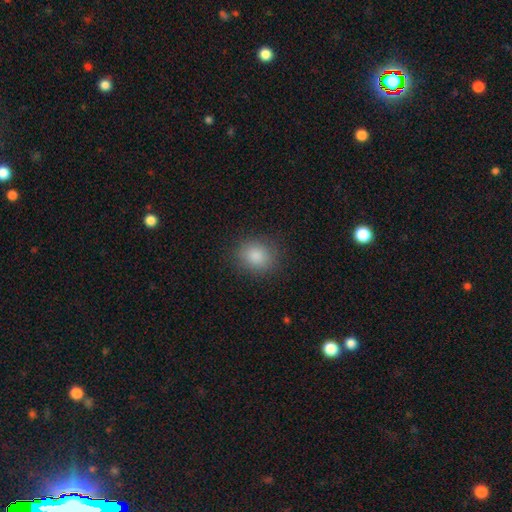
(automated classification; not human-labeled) Smooth or featured? smooth (85%)
How rounded? round (70%)
Merging? none (87%)